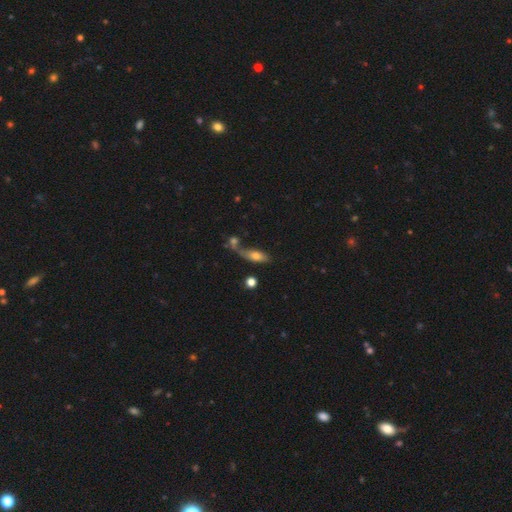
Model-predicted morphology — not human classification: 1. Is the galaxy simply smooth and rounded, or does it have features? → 63% smooth, 28% featured or disk, 9% star or artifact.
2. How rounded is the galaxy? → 68% in between, 27% cigar-shaped, 6% round.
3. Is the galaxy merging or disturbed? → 38% none, 35% merger, 15% minor disturbance, 12% major disturbance.